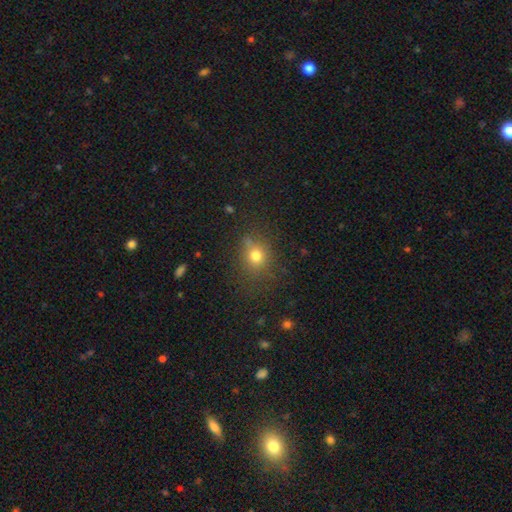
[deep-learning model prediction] Q: Smooth or featured?
A: smooth (74%); runner-up: star or artifact (17%)
Q: How rounded?
A: round (71%); runner-up: in between (28%)
Q: Merging?
A: none (75%); runner-up: minor disturbance (15%)